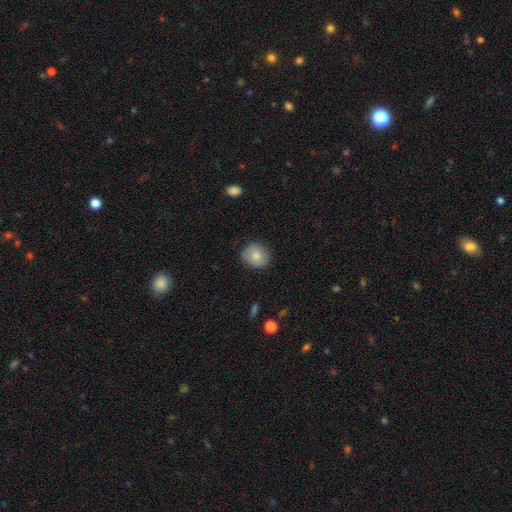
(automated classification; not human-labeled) smooth_or_featured: smooth (p=0.79) [alt: featured or disk p=0.13]
how_rounded: round (p=0.71) [alt: in between p=0.28]
merging: none (p=0.83) [alt: minor disturbance p=0.13]